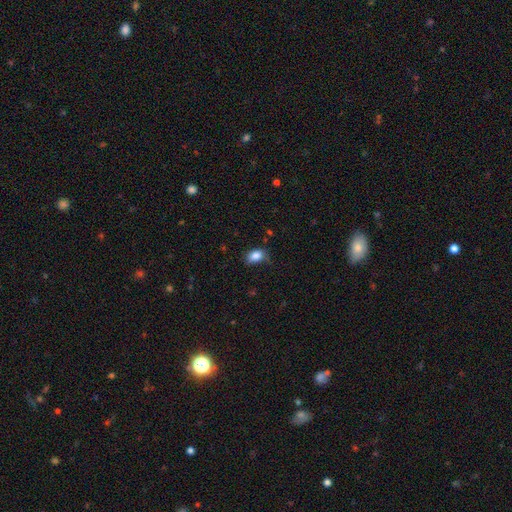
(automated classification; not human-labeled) This is clearly a smooth galaxy (85%). How rounded: clearly in between (83%). Merging: likely none (68%).